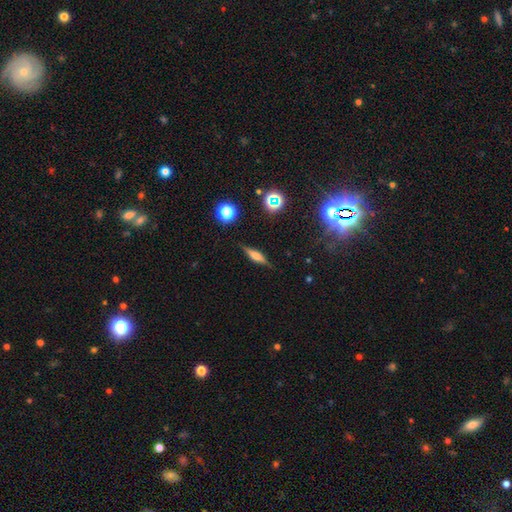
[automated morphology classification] Overall: featured or disk (56%; smooth 33%). Edge-on disk: yes (94%). Edge-on bulge: rounded (76%). Merging: none (85%).